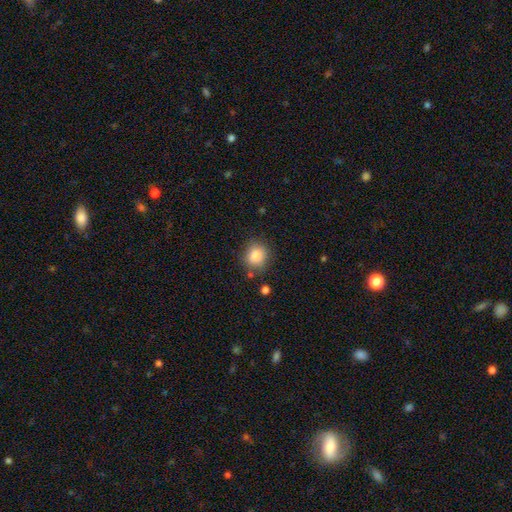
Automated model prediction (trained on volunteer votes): This appears to be a smooth galaxy with no disk features (84%) that is round (85%). Merging: none (82%).